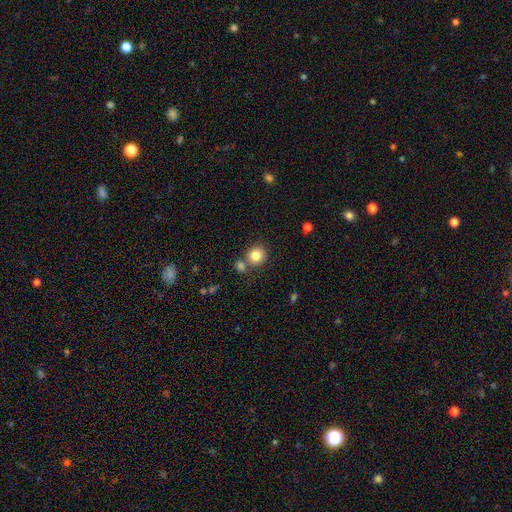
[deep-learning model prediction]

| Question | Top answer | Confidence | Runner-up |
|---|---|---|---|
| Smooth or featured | smooth | 83% | star or artifact (10%) |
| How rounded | round | 88% | in between (12%) |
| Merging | none | 68% | merger (20%) |